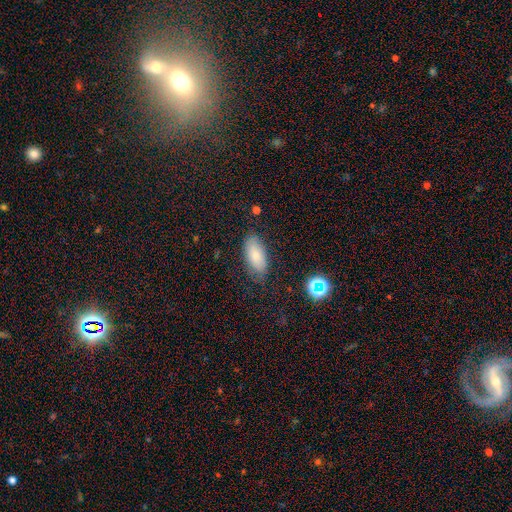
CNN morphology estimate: Q: Smooth or featured?
A: smooth (77%); runner-up: featured or disk (14%)
Q: How rounded?
A: in between (89%); runner-up: cigar-shaped (9%)
Q: Merging?
A: none (76%); runner-up: minor disturbance (17%)